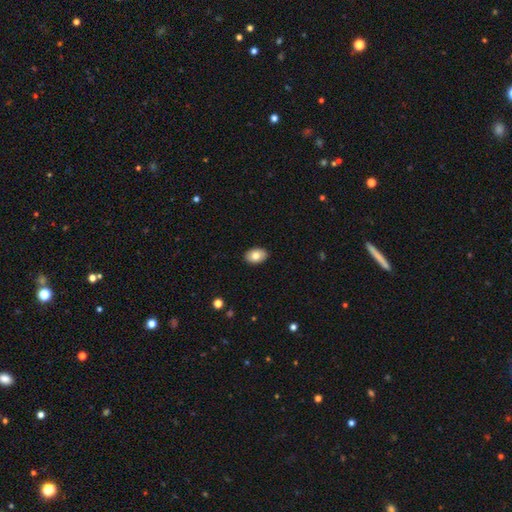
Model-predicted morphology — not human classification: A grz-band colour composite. It shows a smooth galaxy with no disk features (79%) that is in between round and cigar-shaped (84%). Merging: none (90%).